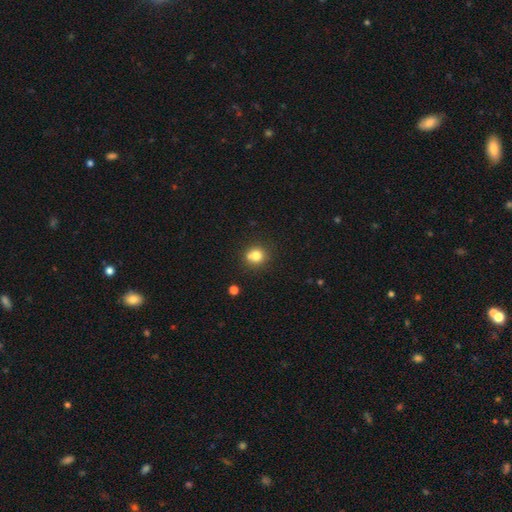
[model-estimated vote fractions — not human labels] The model was most divided on "merging": none: 66%, merger: 18%, minor disturbance: 13%, major disturbance: 4%. More confident: how rounded — round (84%); smooth or featured — smooth (78%).